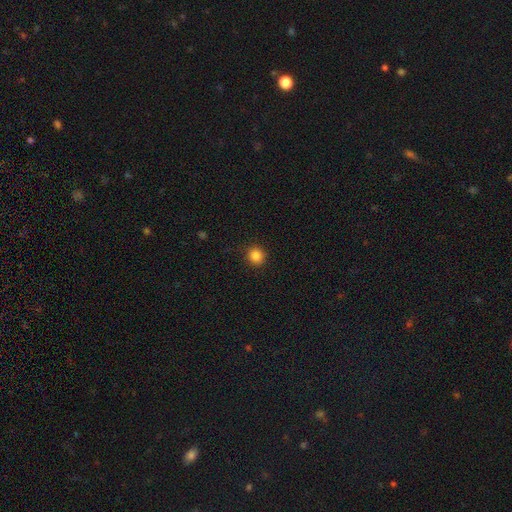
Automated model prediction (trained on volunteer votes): Smooth or featured? smooth (85%)
How rounded? round (90%)
Merging? none (90%)